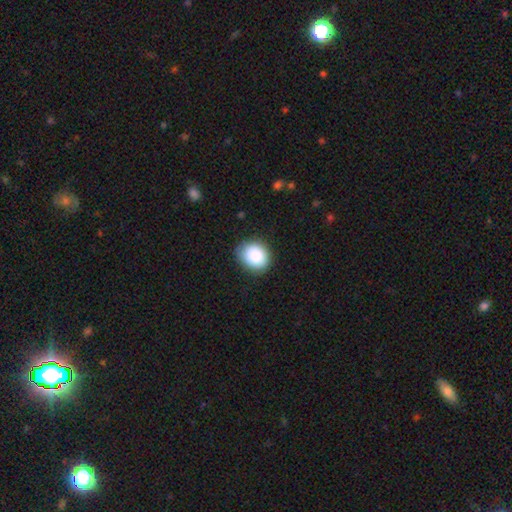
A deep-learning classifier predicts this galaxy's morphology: Q: Smooth or featured?
A: smooth (87%); runner-up: star or artifact (7%)
Q: How rounded?
A: round (65%); runner-up: in between (34%)
Q: Merging?
A: none (83%); runner-up: minor disturbance (13%)